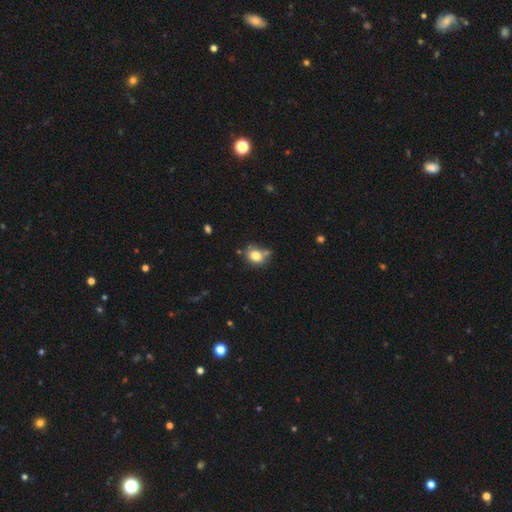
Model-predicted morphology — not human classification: Smooth or featured: smooth — 79% (star or artifact — 11%)
How rounded: round — 60% (in between — 39%)
Merging: none — 62% (minor disturbance — 17%)